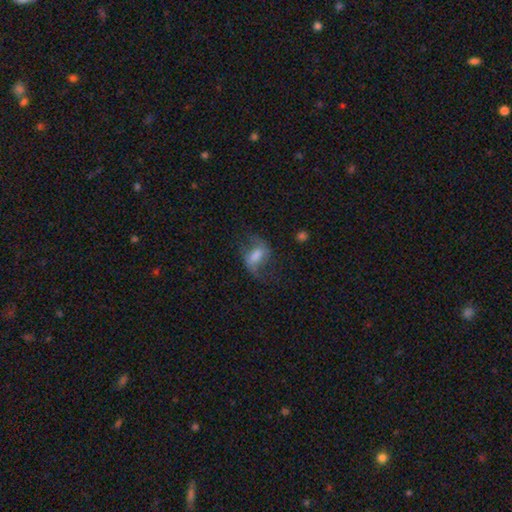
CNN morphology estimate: A featured or disk galaxy (58%) with a weak bar (45%), spiral arms (84%) and a moderate central bulge (38%).

Vote fractions:
- Smooth or featured? featured or disk: 58% / smooth: 32% / star or artifact: 10%
- Edge-on disk? no: 94% / yes: 6%
- Bar? weak: 45% / strong: 28% / no: 27%
- Spiral arms? yes: 84% / no: 16%
- Bulge size? moderate: 38% / large: 24% / small: 19% / none: 15% / dominant: 4%
- Merging? none: 56% / major disturbance: 22% / minor disturbance: 20% / merger: 2%